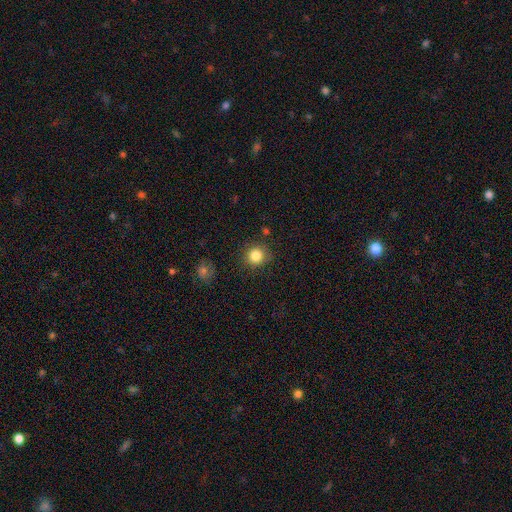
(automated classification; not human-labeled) This is clearly a smooth galaxy (84%). How rounded: clearly round (90%). Merging: clearly none (85%).